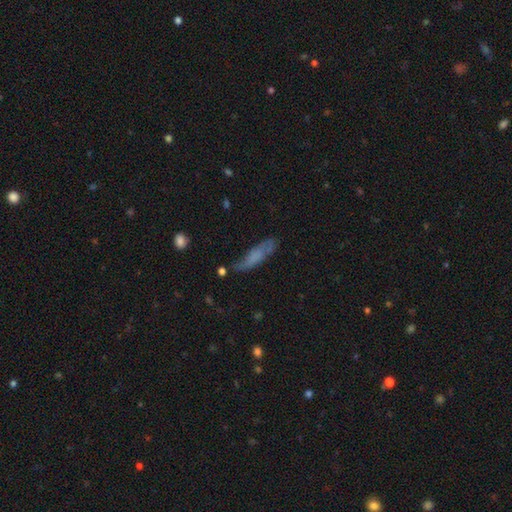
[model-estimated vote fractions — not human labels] Smooth or featured? Predicted: smooth (p=0.54). How rounded? Predicted: cigar-shaped (p=0.68). Merging? Predicted: none (p=0.59).